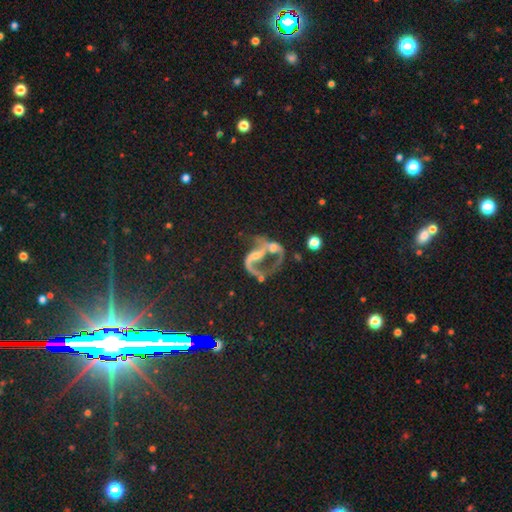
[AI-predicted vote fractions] Smooth or featured? Predicted: featured or disk (p=0.65). Edge-on disk? Predicted: no (p=0.95). Bar? Predicted: no (p=0.53). Spiral arms? Predicted: yes (p=0.66). Bulge size? Predicted: small (p=0.41). Merging? Predicted: major disturbance (p=0.40).